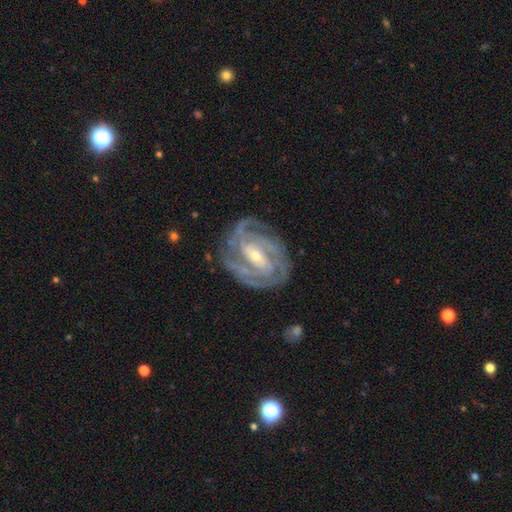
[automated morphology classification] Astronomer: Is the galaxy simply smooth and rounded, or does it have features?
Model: featured or disk — 91%.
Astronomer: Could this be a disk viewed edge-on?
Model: no — 97%.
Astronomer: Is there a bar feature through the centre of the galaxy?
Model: weak — 40% (runner-up: strong, 34%).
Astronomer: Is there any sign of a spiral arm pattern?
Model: yes — 97%.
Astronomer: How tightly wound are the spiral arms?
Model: tight — 70%.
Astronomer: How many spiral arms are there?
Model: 3 — 34% (runner-up: 2, 24%).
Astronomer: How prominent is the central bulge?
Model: small — 59% (runner-up: moderate, 38%).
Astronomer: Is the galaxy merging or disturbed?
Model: none — 77%.